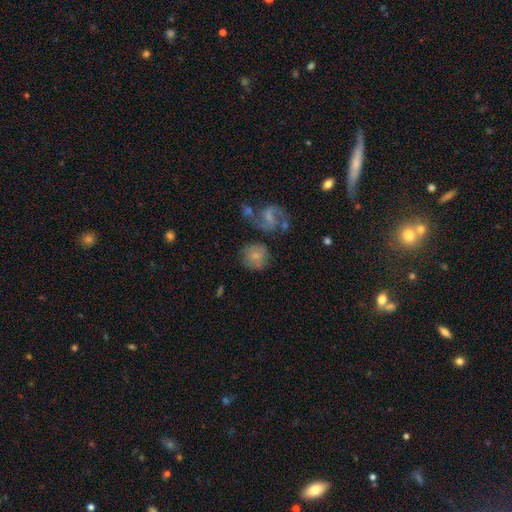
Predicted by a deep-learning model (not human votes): Smooth or featured? smooth (64%)
How rounded? round (85%)
Merging? none (63%)